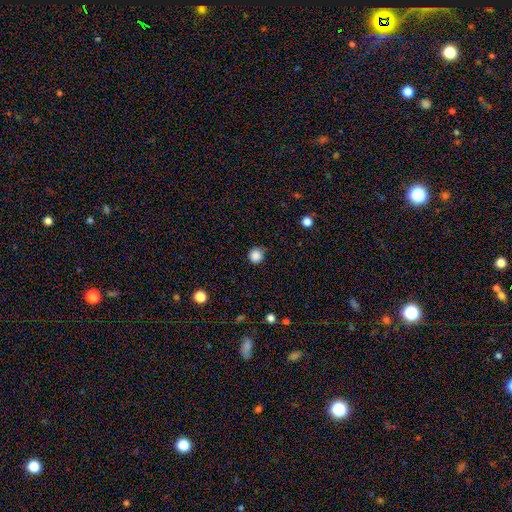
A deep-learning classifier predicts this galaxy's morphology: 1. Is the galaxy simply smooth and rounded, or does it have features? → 86% smooth, 11% star or artifact, 3% featured or disk.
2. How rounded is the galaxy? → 93% round, 6% in between, 1% cigar-shaped.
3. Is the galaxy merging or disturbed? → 84% none, 12% minor disturbance, 3% major disturbance, 1% merger.